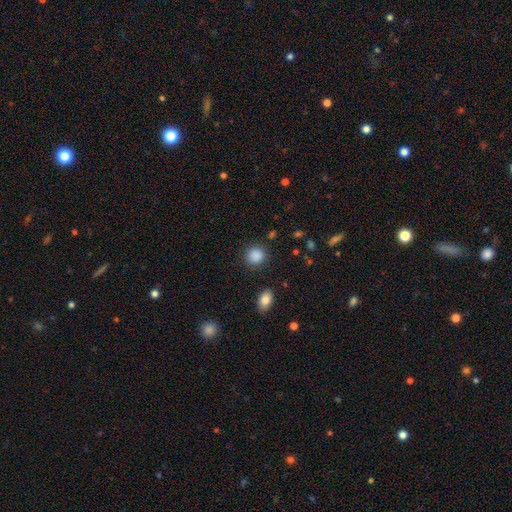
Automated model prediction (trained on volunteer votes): Smooth or featured: smooth — 88% (star or artifact — 9%)
How rounded: round — 85% (in between — 14%)
Merging: none — 87% (minor disturbance — 8%)